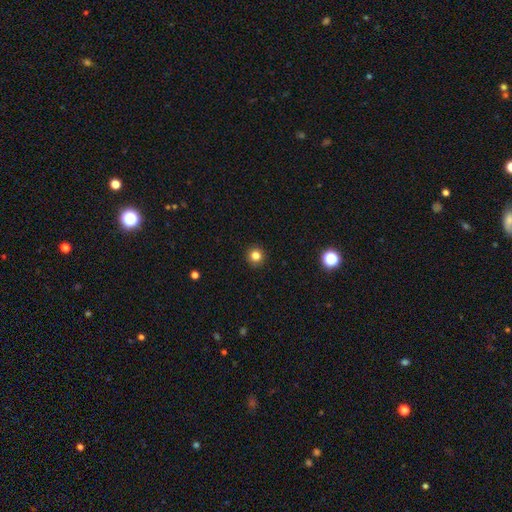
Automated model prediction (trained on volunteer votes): The model was most divided on "smooth or featured": smooth: 82%, star or artifact: 13%, featured or disk: 5%. More confident: how rounded — round (95%); merging — none (93%).